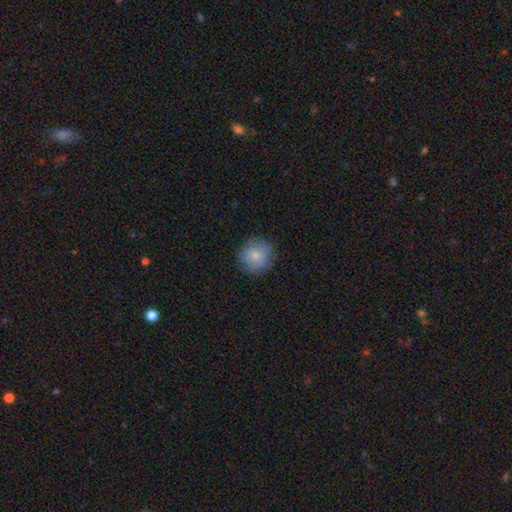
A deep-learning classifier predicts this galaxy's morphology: type=smooth (79%); roundness=round (93%); merging=none (84%).